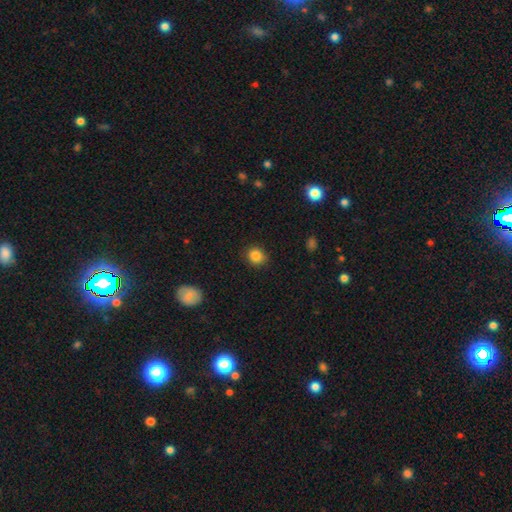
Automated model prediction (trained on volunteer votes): A smooth galaxy with no disk features (85%) that is round (82%).

Vote fractions:
- Smooth or featured? smooth: 85% / star or artifact: 11% / featured or disk: 4%
- How rounded? round: 82% / in between: 17% / cigar-shaped: 1%
- Merging? none: 87% / minor disturbance: 9% / major disturbance: 2% / merger: 1%